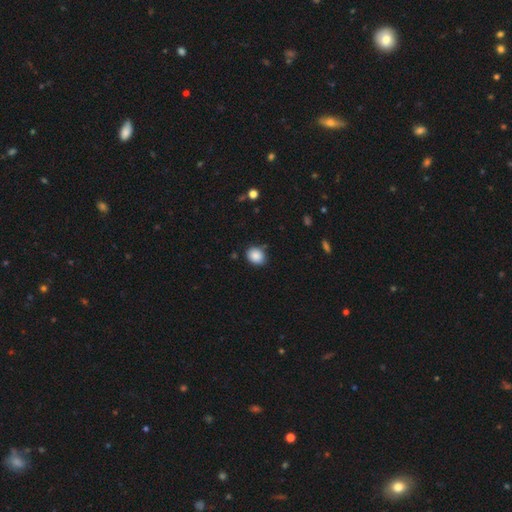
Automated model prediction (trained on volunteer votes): The model was most divided on "how rounded": round: 58%, in between: 41%, cigar-shaped: 1%. More confident: smooth or featured — smooth (87%); merging — none (82%).